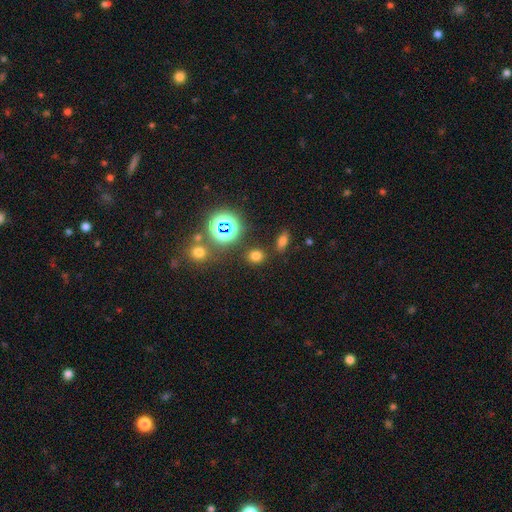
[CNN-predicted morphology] Smooth or featured?
  - smooth: 70% *
  - star or artifact: 24%
  - featured or disk: 6%
How rounded?
  - round: 71% *
  - in between: 27%
  - cigar-shaped: 2%
Merging?
  - none: 83% *
  - minor disturbance: 8%
  - merger: 5%
  - major disturbance: 3%